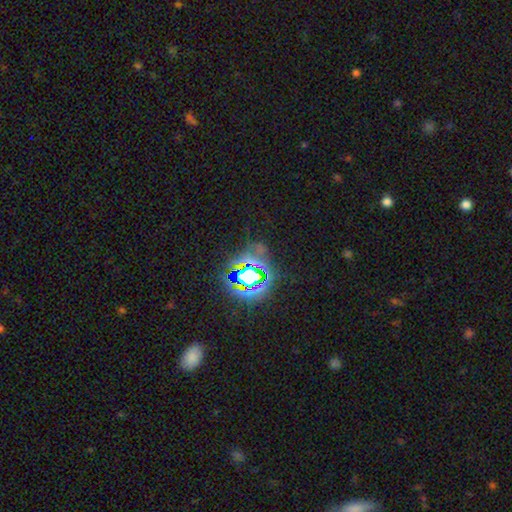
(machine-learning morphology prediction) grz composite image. It shows a star or artifact, not a galaxy (80%).